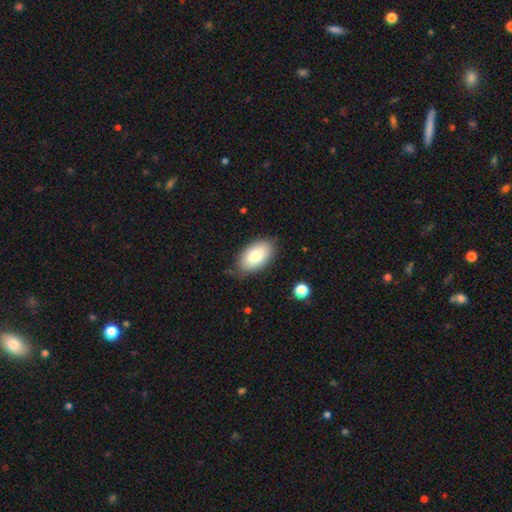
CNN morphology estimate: Smooth or featured? smooth (82%)
How rounded? in between (95%)
Merging? none (80%)